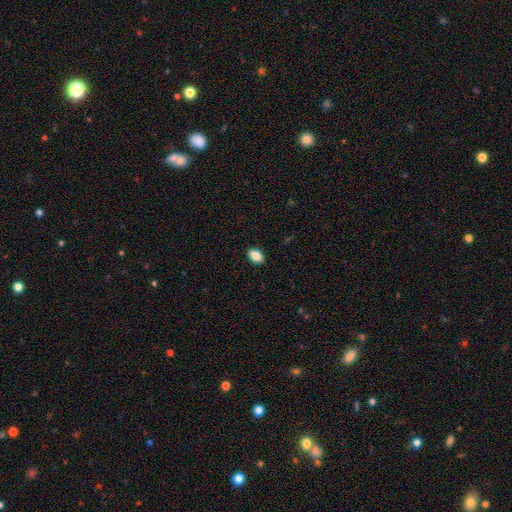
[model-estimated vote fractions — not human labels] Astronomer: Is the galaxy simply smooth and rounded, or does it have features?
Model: smooth — 87%.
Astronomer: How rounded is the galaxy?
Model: in between — 88%.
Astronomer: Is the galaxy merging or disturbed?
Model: none — 90%.